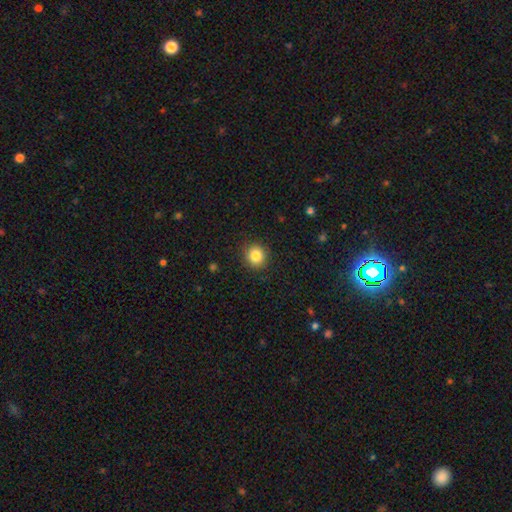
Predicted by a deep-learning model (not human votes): A smooth galaxy with no disk features (85%) that is round (89%).

Vote fractions:
- Smooth or featured? smooth: 85% / star or artifact: 10% / featured or disk: 6%
- How rounded? round: 89% / in between: 10% / cigar-shaped: 1%
- Merging? none: 88% / minor disturbance: 9% / major disturbance: 3% / merger: 1%